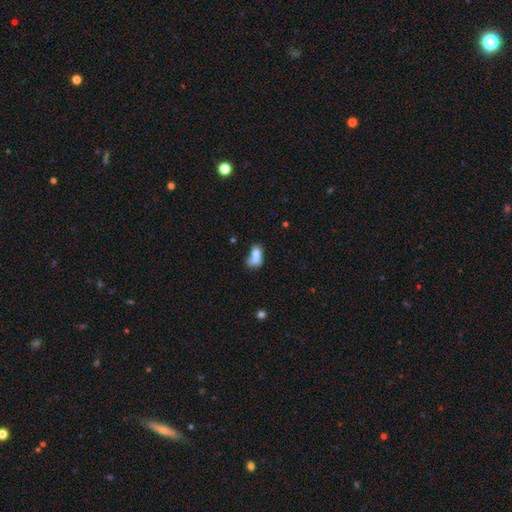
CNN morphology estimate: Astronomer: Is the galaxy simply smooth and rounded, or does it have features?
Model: smooth — 71%.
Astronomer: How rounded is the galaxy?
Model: in between — 81%.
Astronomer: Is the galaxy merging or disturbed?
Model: merger — 43% (runner-up: none, 26%).